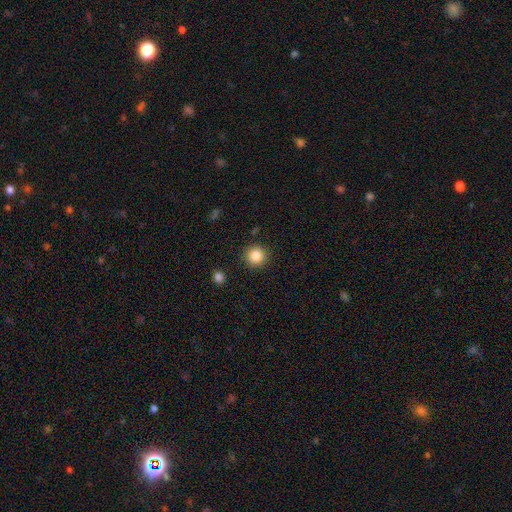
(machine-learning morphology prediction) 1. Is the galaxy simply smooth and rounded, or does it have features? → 85% smooth, 10% star or artifact, 5% featured or disk.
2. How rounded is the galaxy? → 93% round, 6% in between, 1% cigar-shaped.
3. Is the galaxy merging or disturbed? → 90% none, 6% minor disturbance, 2% major disturbance, 2% merger.